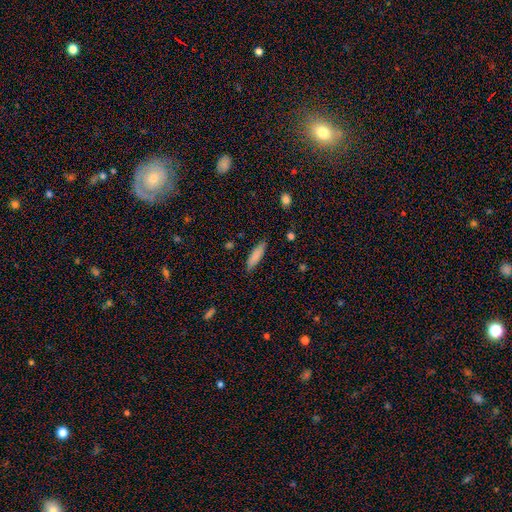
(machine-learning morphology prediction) smooth_or_featured: smooth (p=0.84) [alt: featured or disk p=0.10]
how_rounded: cigar-shaped (p=0.66) [alt: in between p=0.32]
merging: none (p=0.85) [alt: minor disturbance p=0.12]